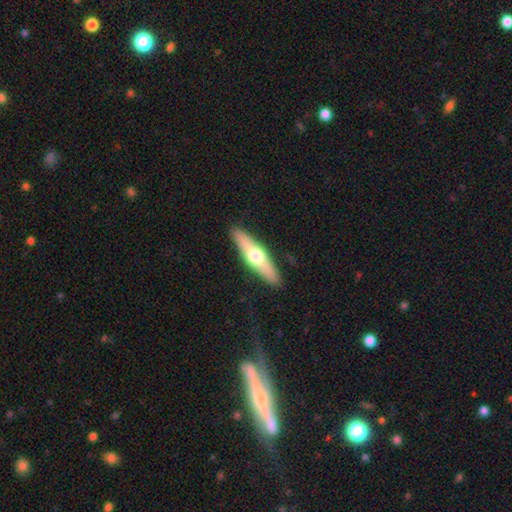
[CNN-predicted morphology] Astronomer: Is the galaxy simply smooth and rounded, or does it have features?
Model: featured or disk — 51% (runner-up: smooth, 43%).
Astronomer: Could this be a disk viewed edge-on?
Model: yes — 90%.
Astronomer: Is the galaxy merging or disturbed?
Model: none — 90%.